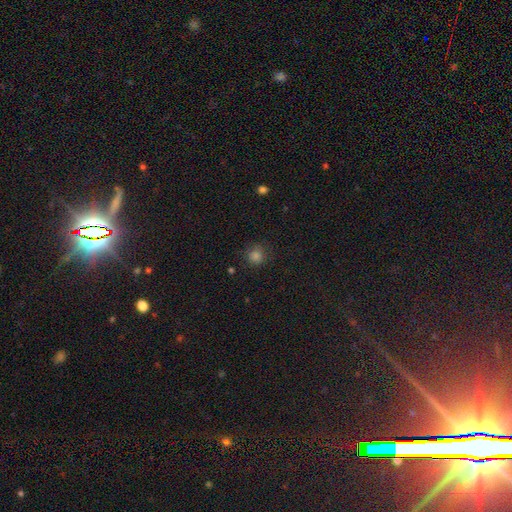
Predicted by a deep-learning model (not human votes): This is likely a smooth galaxy (78%). How rounded: clearly round (90%). Merging: clearly none (81%).